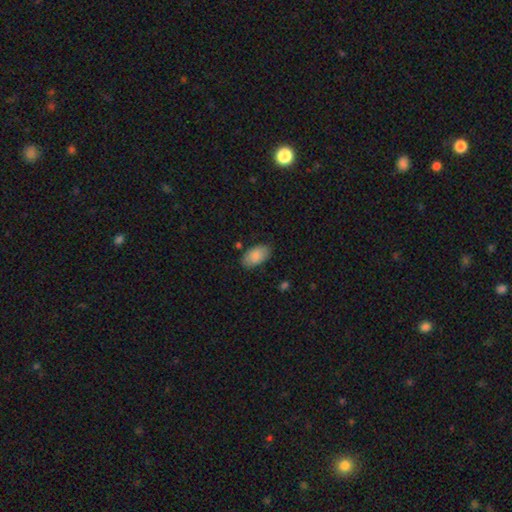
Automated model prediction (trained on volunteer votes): Smooth or featured? smooth (88%)
How rounded? in between (95%)
Merging? none (82%)